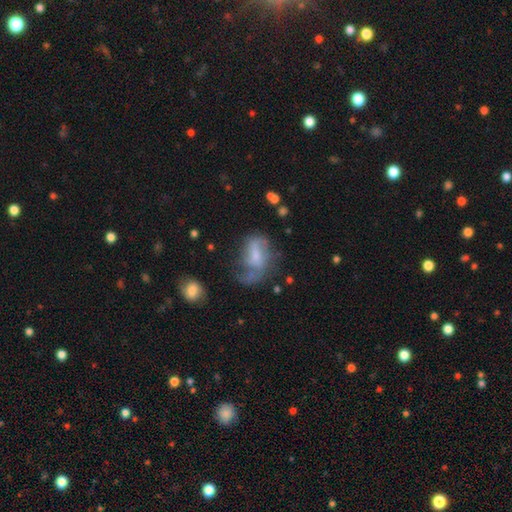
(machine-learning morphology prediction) smooth_or_featured: featured or disk (p=0.58) [alt: smooth p=0.32]
disk_edge_on: no (p=0.96) [alt: yes p=0.04]
bar: no (p=0.44) [alt: weak p=0.42]
has_spiral_arms: yes (p=0.71) [alt: no p=0.29]
bulge_size: small (p=0.49) [alt: moderate p=0.28]
merging: major disturbance (p=0.37) [alt: none p=0.33]